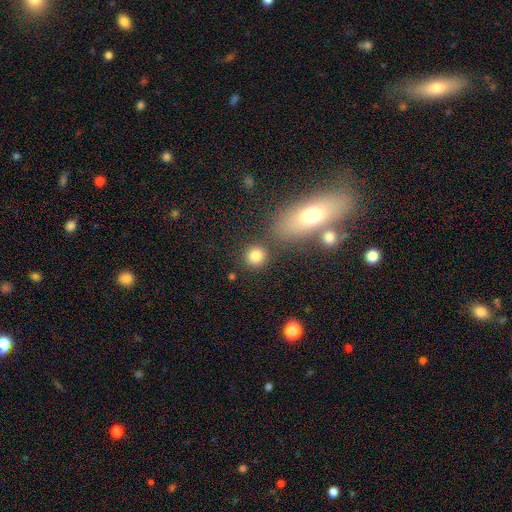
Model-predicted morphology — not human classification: Q: Smooth or featured?
A: smooth (82%); runner-up: star or artifact (11%)
Q: How rounded?
A: round (87%); runner-up: in between (11%)
Q: Merging?
A: none (77%); runner-up: merger (10%)